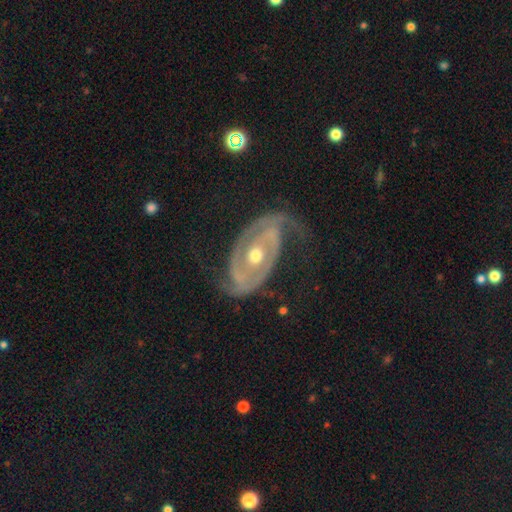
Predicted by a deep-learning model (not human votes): Smooth or featured? Predicted: featured or disk (p=0.91). Edge-on disk? Predicted: no (p=0.96). Bar? Predicted: no (p=0.66). Spiral arms? Predicted: yes (p=0.97). Spiral winding? Predicted: tight (p=0.44). Spiral arm count? Predicted: 2 (p=0.89). Bulge size? Predicted: moderate (p=0.69). Merging? Predicted: none (p=0.68).